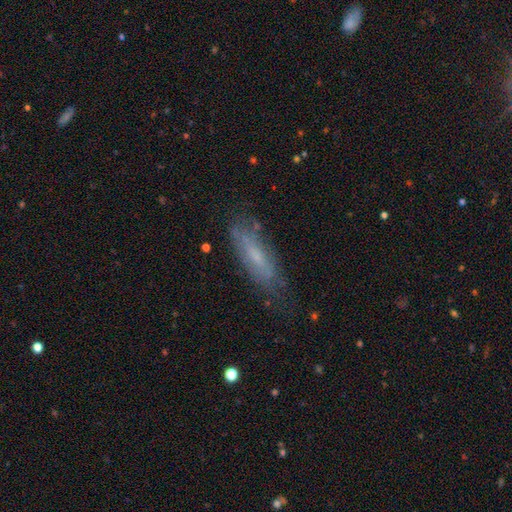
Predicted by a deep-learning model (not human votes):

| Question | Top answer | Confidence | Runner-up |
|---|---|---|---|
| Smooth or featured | smooth | 51% | featured or disk (40%) |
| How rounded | cigar-shaped | 56% | in between (42%) |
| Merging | none | 69% | minor disturbance (22%) |